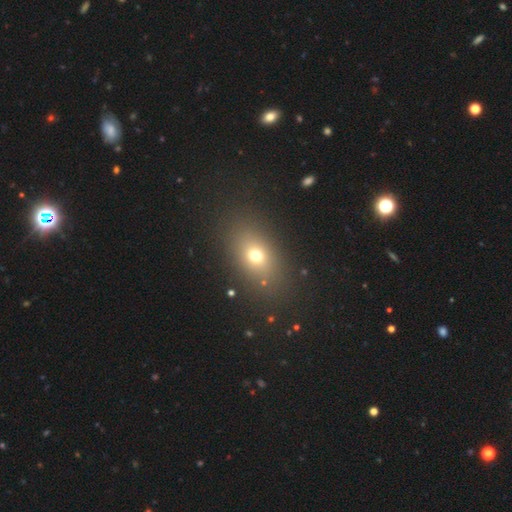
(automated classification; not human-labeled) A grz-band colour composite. It shows a smooth galaxy with no disk features (68%) that is in between round and cigar-shaped (68%). Merging: none (84%).